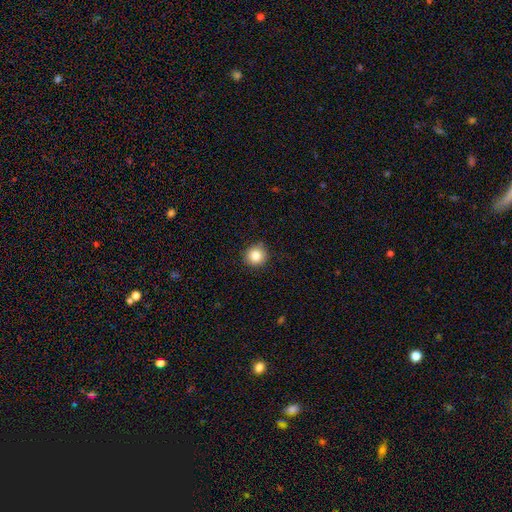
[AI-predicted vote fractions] Smooth or featured: smooth — 85% (star or artifact — 10%)
How rounded: round — 94% (in between — 6%)
Merging: none — 89% (minor disturbance — 8%)